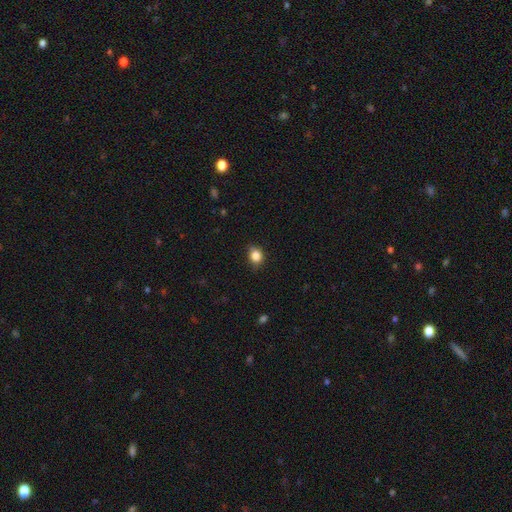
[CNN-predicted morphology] A smooth galaxy with no disk features (85%) that is round (60%). Merging: none (79%).